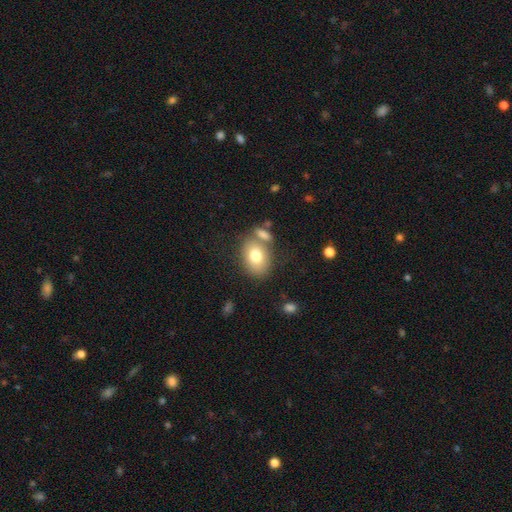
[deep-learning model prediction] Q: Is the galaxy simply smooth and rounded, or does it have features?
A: smooth — 77%.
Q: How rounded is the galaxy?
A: in between — 74%.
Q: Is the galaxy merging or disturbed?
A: none — 60%.